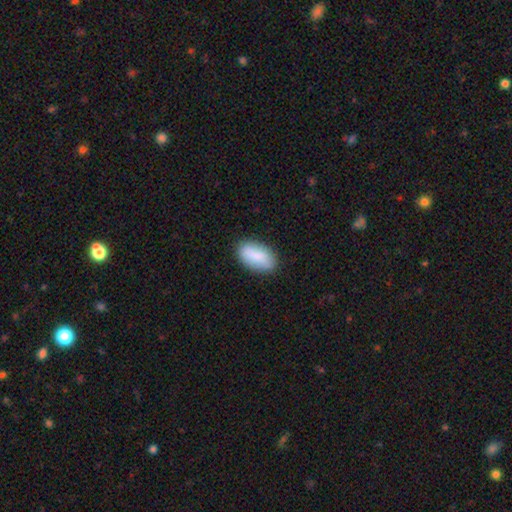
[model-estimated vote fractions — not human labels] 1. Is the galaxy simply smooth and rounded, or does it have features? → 85% smooth, 9% featured or disk, 7% star or artifact.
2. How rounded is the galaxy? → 93% in between, 4% round, 3% cigar-shaped.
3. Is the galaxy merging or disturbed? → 82% none, 14% minor disturbance, 3% major disturbance, 1% merger.